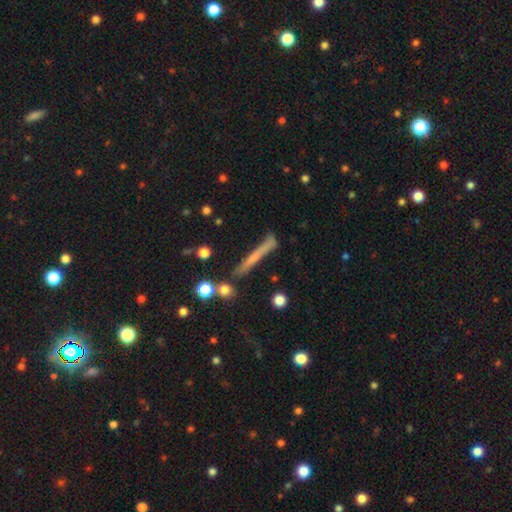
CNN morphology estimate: A smooth galaxy with no disk features (50%). Merging: none (75%).